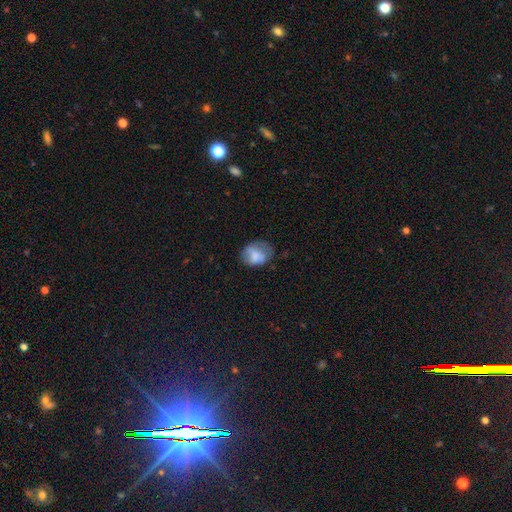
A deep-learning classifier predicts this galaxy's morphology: Smooth or featured?
  - smooth: 70% *
  - featured or disk: 21%
  - star or artifact: 9%
How rounded?
  - in between: 61% *
  - round: 38%
  - cigar-shaped: 1%
Merging?
  - none: 47% *
  - minor disturbance: 32%
  - major disturbance: 19%
  - merger: 2%